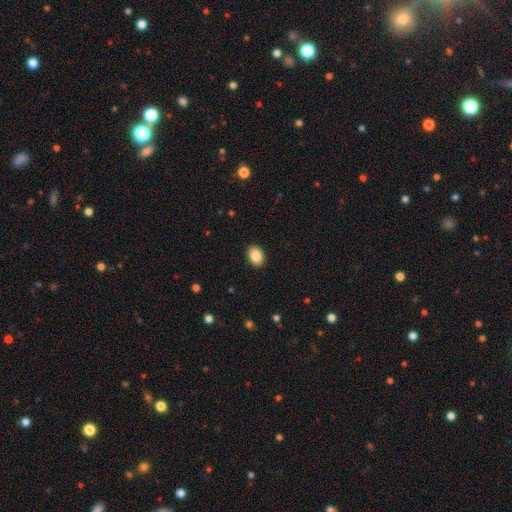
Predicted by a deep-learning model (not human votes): The model was most divided on "how rounded": in between: 76%, round: 23%, cigar-shaped: 1%. More confident: merging — none (91%); smooth or featured — smooth (87%).